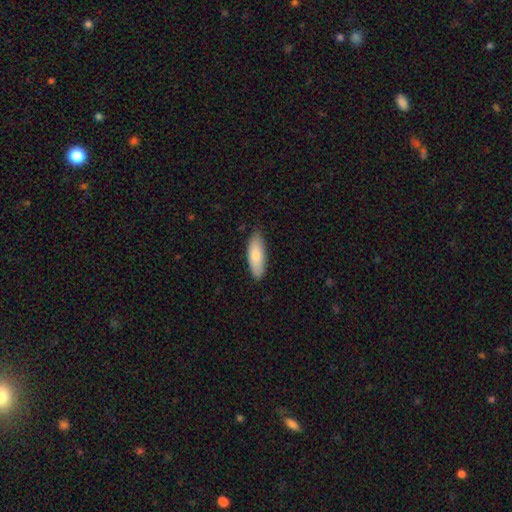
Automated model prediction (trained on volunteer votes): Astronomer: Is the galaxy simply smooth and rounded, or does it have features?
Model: smooth — 80%.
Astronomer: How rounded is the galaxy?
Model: in between — 69%.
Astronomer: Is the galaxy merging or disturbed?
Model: none — 84%.